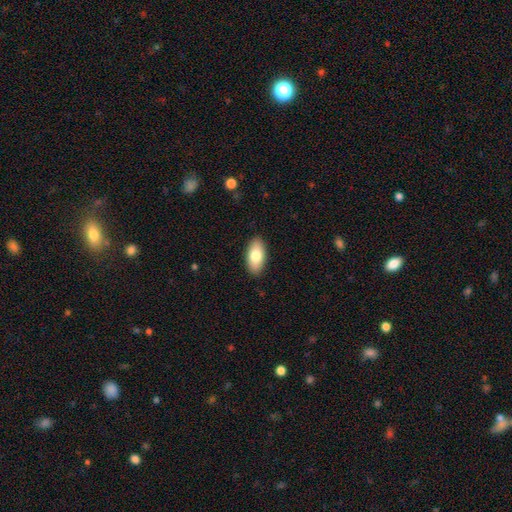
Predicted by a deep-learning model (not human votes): Smooth or featured?
  - smooth: 79% *
  - featured or disk: 15%
  - star or artifact: 6%
How rounded?
  - in between: 92% *
  - cigar-shaped: 5%
  - round: 3%
Merging?
  - none: 89% *
  - minor disturbance: 8%
  - major disturbance: 2%
  - merger: 1%